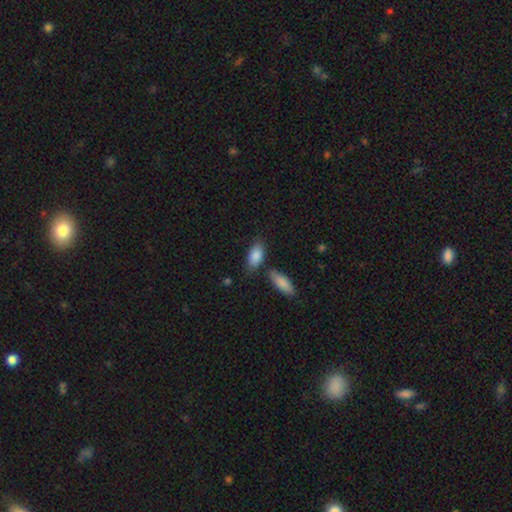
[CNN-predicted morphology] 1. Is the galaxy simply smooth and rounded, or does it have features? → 87% smooth, 7% featured or disk, 6% star or artifact.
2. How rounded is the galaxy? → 90% in between, 6% cigar-shaped, 4% round.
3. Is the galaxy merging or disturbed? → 66% none, 16% minor disturbance, 14% merger, 4% major disturbance.